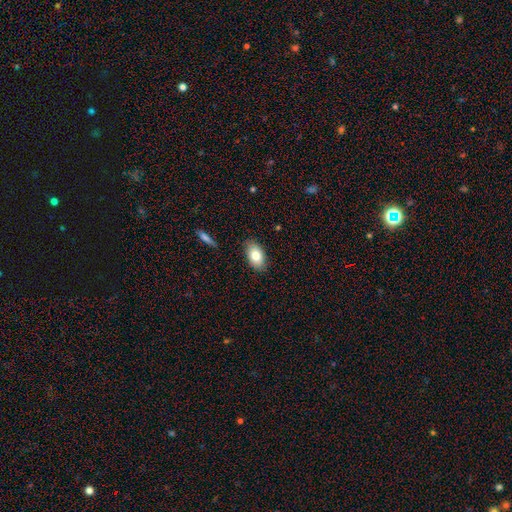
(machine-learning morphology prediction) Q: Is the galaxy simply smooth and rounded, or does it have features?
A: smooth — 79%.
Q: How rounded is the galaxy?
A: in between — 91%.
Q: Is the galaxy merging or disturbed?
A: none — 85%.